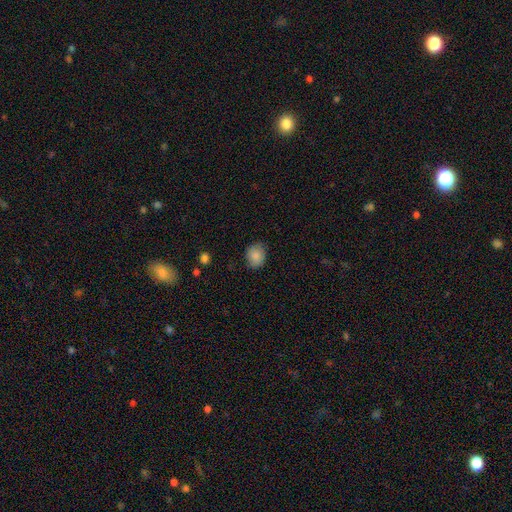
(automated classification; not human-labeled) Smooth or featured?
  - smooth: 87% *
  - star or artifact: 8%
  - featured or disk: 6%
How rounded?
  - round: 59% *
  - in between: 40%
  - cigar-shaped: 1%
Merging?
  - none: 78% *
  - minor disturbance: 18%
  - major disturbance: 3%
  - merger: 1%